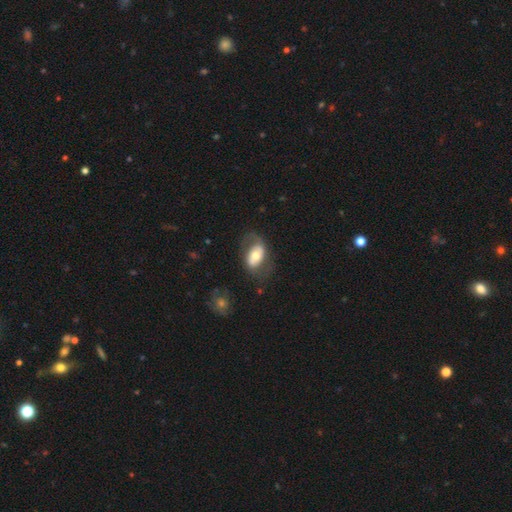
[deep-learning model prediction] The model was most divided on "smooth or featured": featured or disk: 49%, smooth: 44%, star or artifact: 6%. More confident: merging — none (54%).